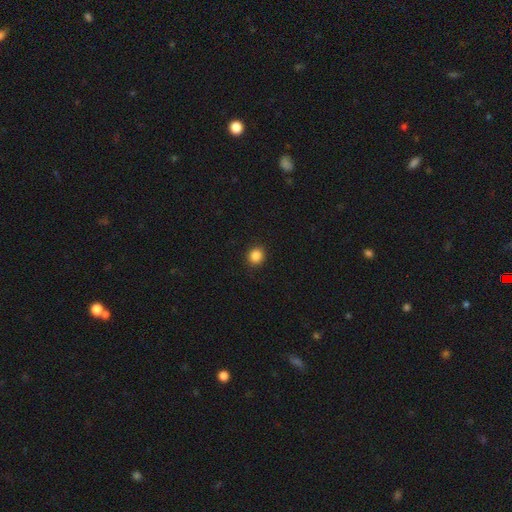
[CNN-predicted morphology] This appears to be a smooth galaxy with no disk features (86%) that is round (87%). Merging: none (91%).